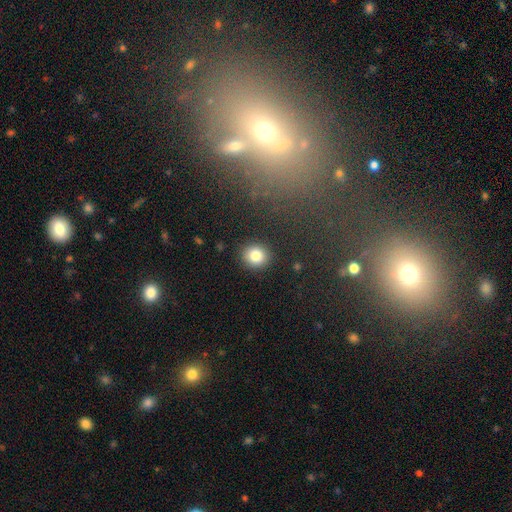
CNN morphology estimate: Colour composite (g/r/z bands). It shows a smooth galaxy with no disk features (83%) that is round (83%). Merging: none (90%).